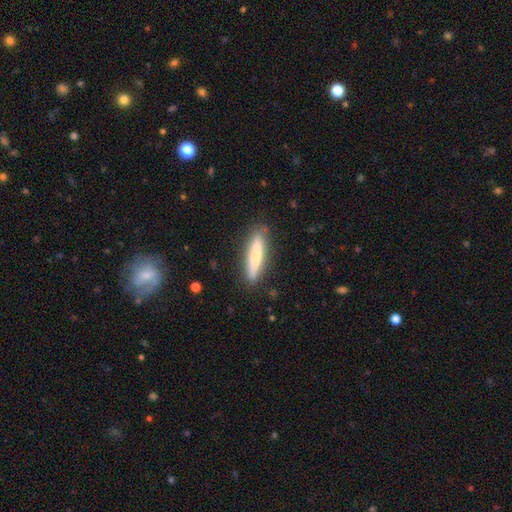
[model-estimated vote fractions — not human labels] Smooth or featured?
  - smooth: 63% *
  - featured or disk: 31%
  - star or artifact: 6%
How rounded?
  - cigar-shaped: 86% *
  - in between: 12%
  - round: 1%
Merging?
  - none: 86% *
  - minor disturbance: 10%
  - major disturbance: 2%
  - merger: 2%